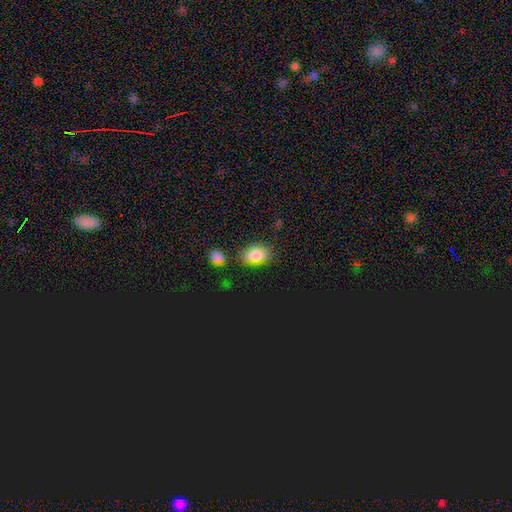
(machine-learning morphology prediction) Smooth or featured: smooth — 71% (star or artifact — 22%)
How rounded: in between — 69% (round — 29%)
Merging: none — 79% (minor disturbance — 13%)